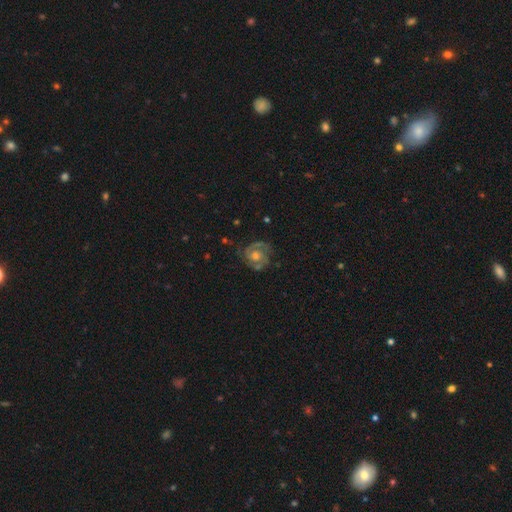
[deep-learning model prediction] Smooth or featured?
  - featured or disk: 83% *
  - smooth: 10%
  - star or artifact: 7%
Edge-on disk?
  - no: 98% *
  - yes: 2%
Bar?
  - no: 68% *
  - weak: 26%
  - strong: 5%
Spiral arms?
  - yes: 95% *
  - no: 5%
Spiral winding?
  - tight: 51% *
  - medium: 40%
  - loose: 8%
Spiral arm count?
  - 2: 75% *
  - can't tell: 9%
  - 3: 9%
  - 1: 4%
  - 4: 2%
  - more than 4: 2%
Bulge size?
  - moderate: 65% *
  - small: 23%
  - large: 9%
  - none: 3%
  - dominant: 1%
Merging?
  - none: 75% *
  - minor disturbance: 16%
  - major disturbance: 7%
  - merger: 2%